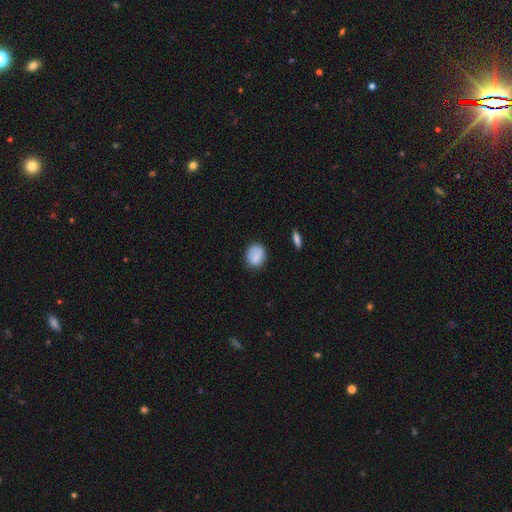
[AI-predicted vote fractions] Q: Smooth or featured?
A: smooth (86%); runner-up: star or artifact (7%)
Q: How rounded?
A: round (59%); runner-up: in between (40%)
Q: Merging?
A: none (81%); runner-up: minor disturbance (14%)